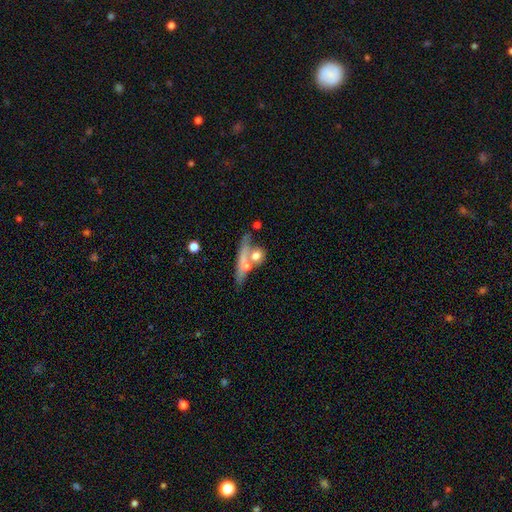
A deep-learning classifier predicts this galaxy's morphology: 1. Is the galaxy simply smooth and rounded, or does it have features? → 57% smooth, 35% featured or disk, 8% star or artifact.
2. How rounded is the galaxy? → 40% round, 30% in between, 30% cigar-shaped.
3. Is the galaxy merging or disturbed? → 40% none, 39% merger, 13% minor disturbance, 8% major disturbance.